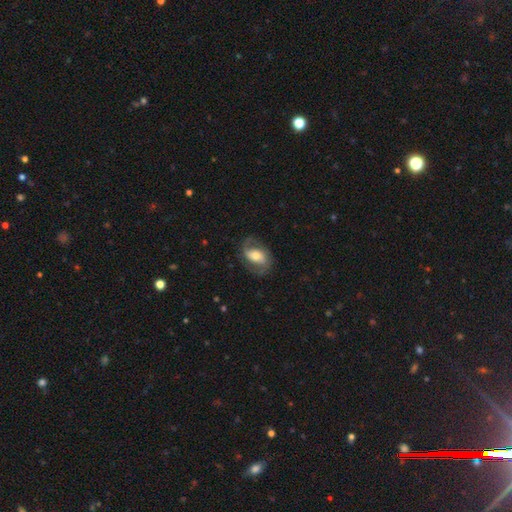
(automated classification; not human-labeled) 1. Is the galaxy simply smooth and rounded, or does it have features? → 70% featured or disk, 24% smooth, 6% star or artifact.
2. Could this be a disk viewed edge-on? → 96% no, 4% yes.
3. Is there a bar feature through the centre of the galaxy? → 38% no, 36% weak, 25% strong.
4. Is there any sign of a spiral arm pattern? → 88% yes, 12% no.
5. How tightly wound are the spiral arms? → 47% medium, 33% loose, 19% tight.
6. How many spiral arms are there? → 87% 2, 6% can't tell, 4% 1, 1% 3, 1% 4, 1% more than 4.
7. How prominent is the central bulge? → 60% moderate, 22% small, 14% large, 2% dominant, 2% none.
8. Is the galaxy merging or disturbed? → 74% none, 15% minor disturbance, 10% major disturbance, 1% merger.